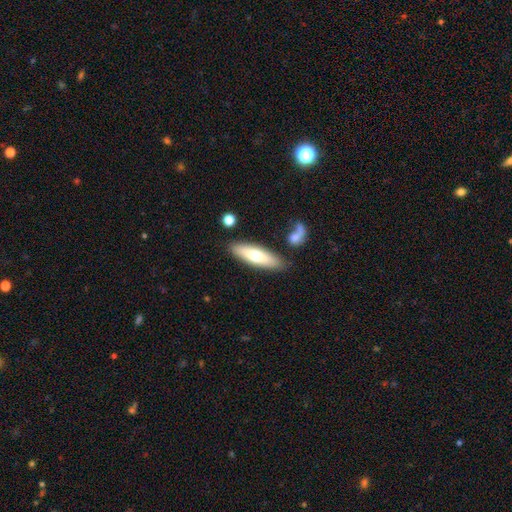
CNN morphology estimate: A smooth galaxy with no disk features (61%) that is cigar-shaped (58%).

Vote fractions:
- Smooth or featured? smooth: 61% / featured or disk: 33% / star or artifact: 6%
- How rounded? cigar-shaped: 58% / in between: 40% / round: 2%
- Merging? none: 82% / minor disturbance: 10% / merger: 5% / major disturbance: 3%